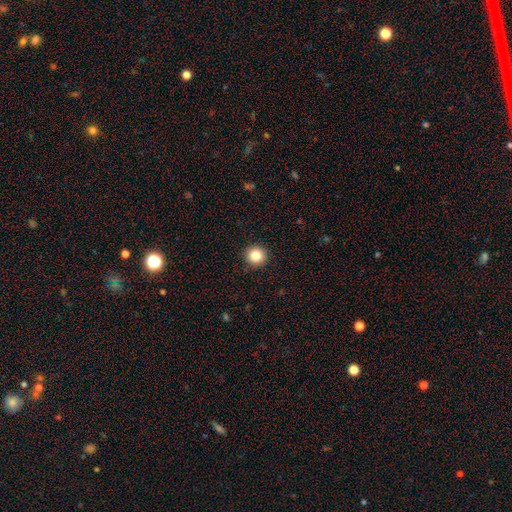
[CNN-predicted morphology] Overall: smooth (84%). How rounded: round (94%). Merging: none (93%).